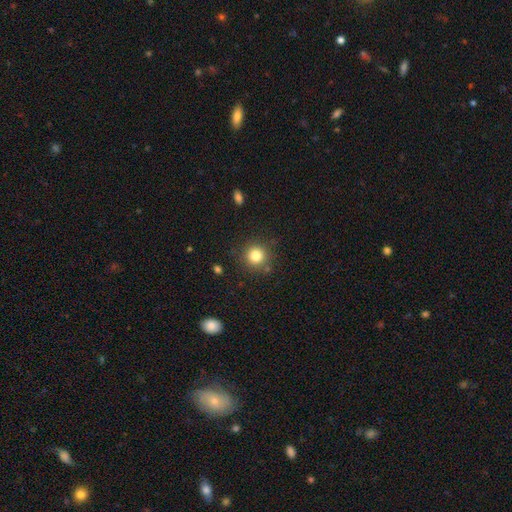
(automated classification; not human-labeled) Smooth or featured: smooth — 81% (star or artifact — 12%)
How rounded: round — 94% (in between — 6%)
Merging: none — 86% (minor disturbance — 8%)